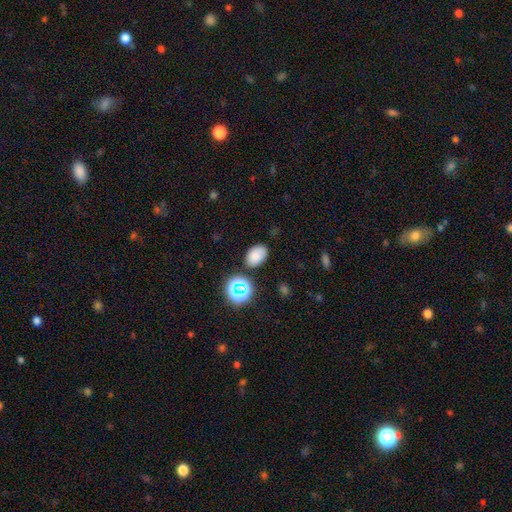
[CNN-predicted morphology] Smooth or featured? smooth (79%)
How rounded? in between (84%)
Merging? none (81%)